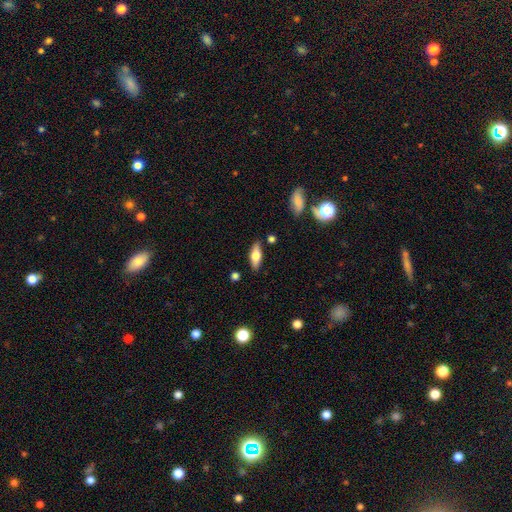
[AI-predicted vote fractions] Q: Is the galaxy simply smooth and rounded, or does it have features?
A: smooth — 61%.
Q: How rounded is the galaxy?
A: in between — 70%.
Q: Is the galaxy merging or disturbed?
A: none — 84%.